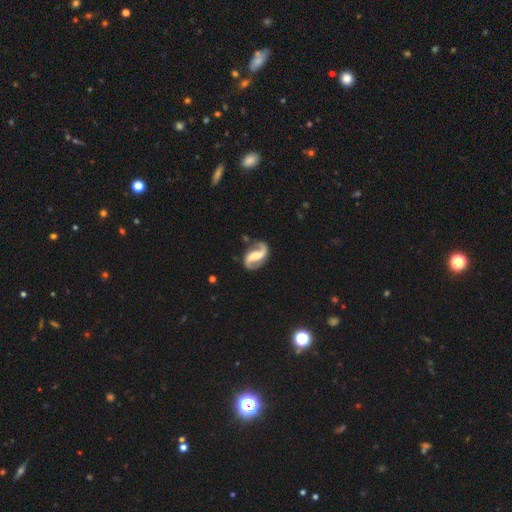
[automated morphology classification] This is clearly a featured or disk galaxy (90%). It is clearly not viewed edge-on (97%). Bar: marginally strong (45%). Spiral arm pattern: clearly yes (97%). Spiral arm count: clearly 2 (94%). Spiral winding: possibly loose (50%). Central bulge: marginally moderate (41%). Merging: likely none (79%).